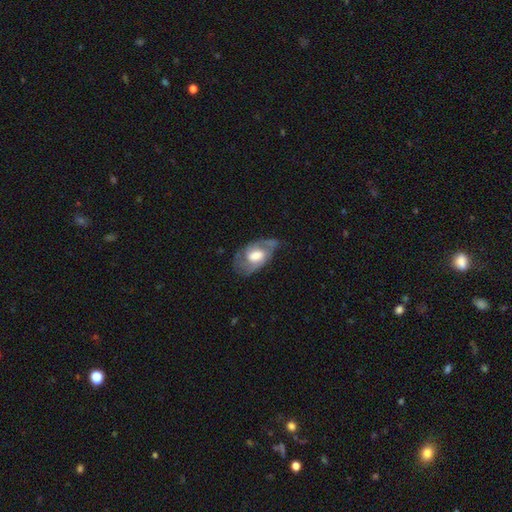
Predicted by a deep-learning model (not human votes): The model was most divided on "bulge size": large: 46%, moderate: 40%, small: 7%, dominant: 4%, none: 3%. More confident: edge-on disk — no (94%); spiral arms — yes (78%); smooth or featured — featured or disk (65%); bar — no (51%); merging — none (50%).